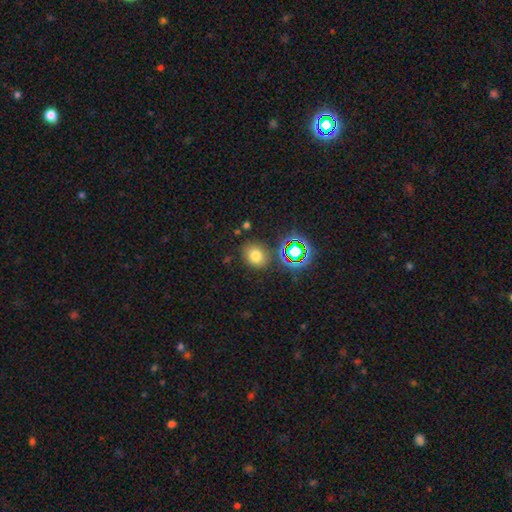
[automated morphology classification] Overall: smooth (70%). How rounded: round (58%; in between 41%). Merging: none (78%).